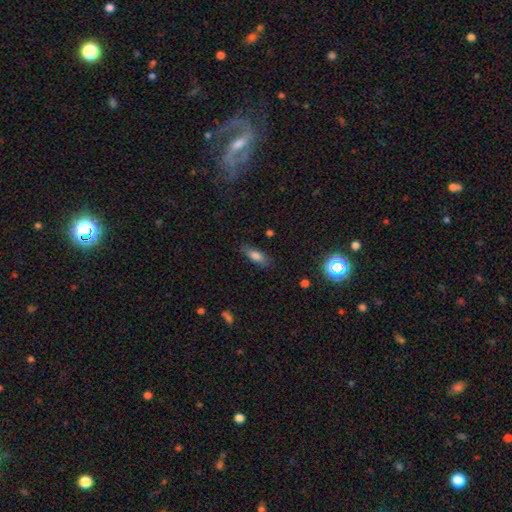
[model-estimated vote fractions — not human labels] Smooth or featured?
  - smooth: 77% *
  - featured or disk: 14%
  - star or artifact: 10%
How rounded?
  - in between: 68% *
  - cigar-shaped: 29%
  - round: 3%
Merging?
  - none: 80% *
  - minor disturbance: 15%
  - major disturbance: 4%
  - merger: 1%